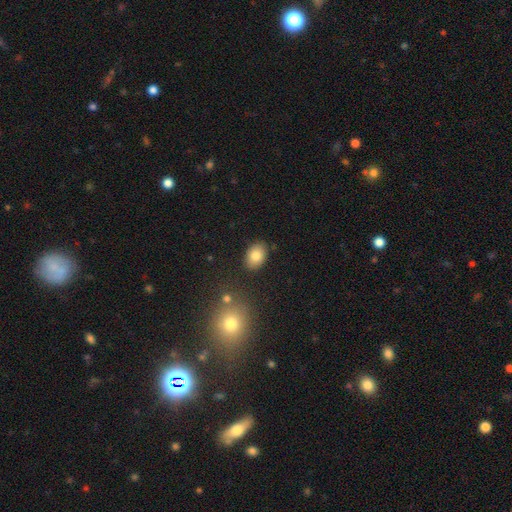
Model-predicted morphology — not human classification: smooth_or_featured: smooth (p=0.82) [alt: featured or disk p=0.09]
how_rounded: in between (p=0.80) [alt: round p=0.19]
merging: none (p=0.86) [alt: minor disturbance p=0.09]